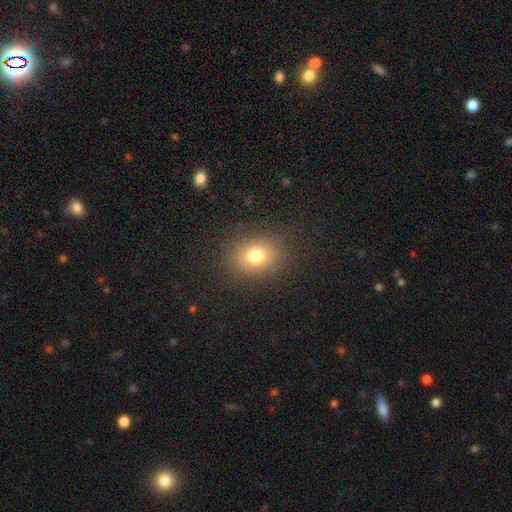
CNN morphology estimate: Q: Smooth or featured?
A: smooth (76%); runner-up: star or artifact (14%)
Q: How rounded?
A: round (53%); runner-up: in between (46%)
Q: Merging?
A: none (85%); runner-up: minor disturbance (9%)